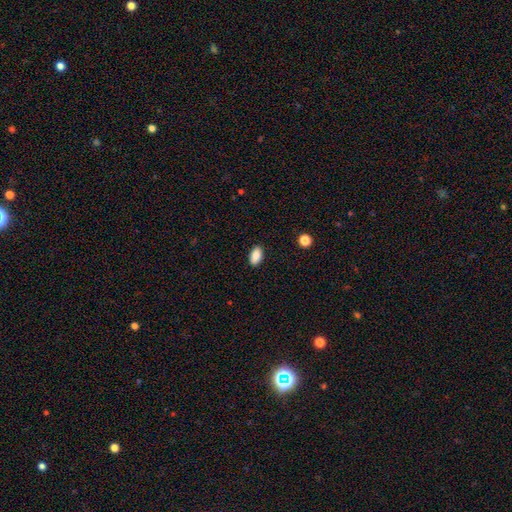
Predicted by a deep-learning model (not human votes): smooth_or_featured: smooth (p=0.88) [alt: star or artifact p=0.08]
how_rounded: in between (p=0.93) [alt: round p=0.05]
merging: none (p=0.89) [alt: minor disturbance p=0.08]